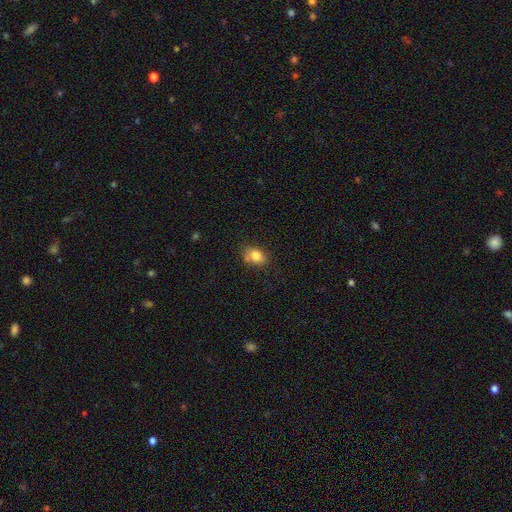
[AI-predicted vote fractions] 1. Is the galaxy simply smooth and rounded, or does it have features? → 81% smooth, 10% star or artifact, 9% featured or disk.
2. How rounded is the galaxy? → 72% in between, 26% round, 1% cigar-shaped.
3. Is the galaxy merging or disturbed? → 68% none, 20% minor disturbance, 7% merger, 5% major disturbance.